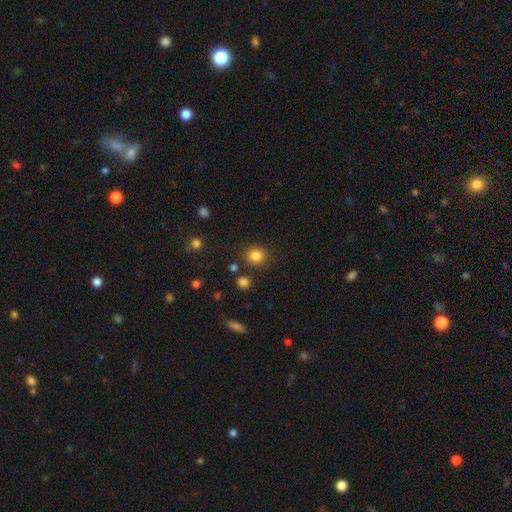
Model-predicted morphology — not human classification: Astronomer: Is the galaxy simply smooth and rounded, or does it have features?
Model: smooth — 84%.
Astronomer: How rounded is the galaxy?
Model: round — 77%.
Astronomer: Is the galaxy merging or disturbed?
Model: none — 83%.